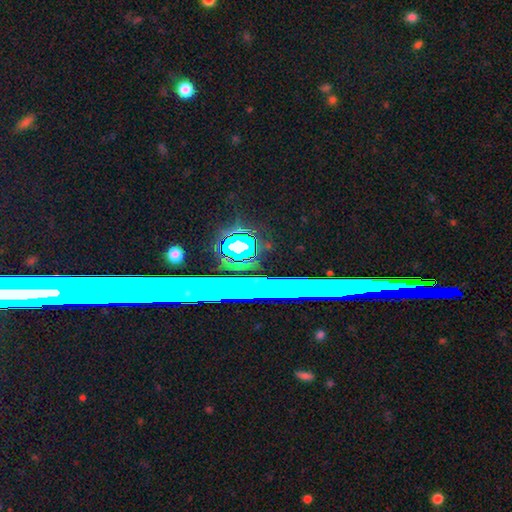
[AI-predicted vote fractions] This is likely a star or artifact rather than a galaxy (77%).